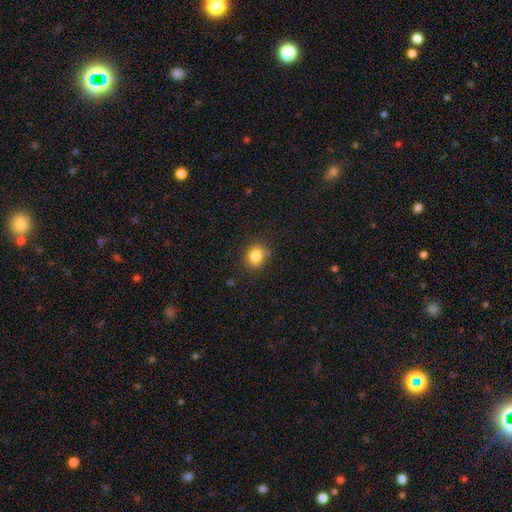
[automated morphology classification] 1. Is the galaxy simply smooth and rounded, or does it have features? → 83% smooth, 11% star or artifact, 7% featured or disk.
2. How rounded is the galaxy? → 66% round, 33% in between, 1% cigar-shaped.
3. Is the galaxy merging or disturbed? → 76% none, 14% minor disturbance, 5% merger, 4% major disturbance.